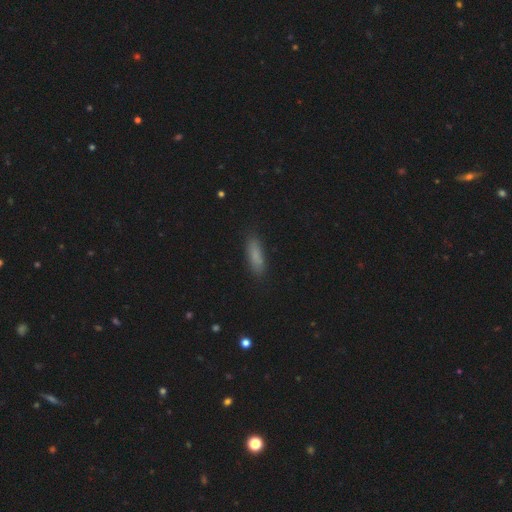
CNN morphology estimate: This appears to be a smooth galaxy with no disk features (83%) that is cigar-shaped (57%). Merging: none (85%).